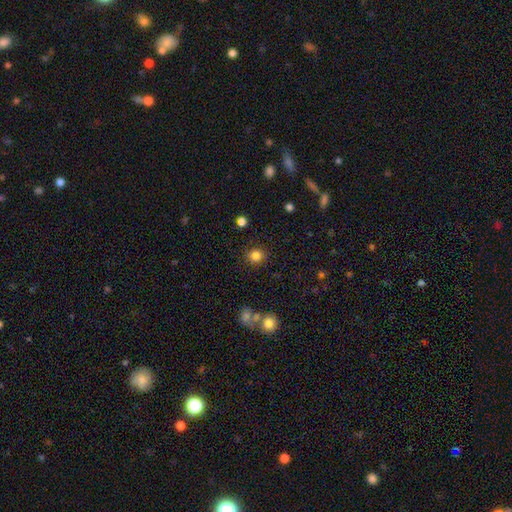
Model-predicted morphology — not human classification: This appears to be a smooth galaxy with no disk features (83%) that is round (86%). Merging: none (88%).